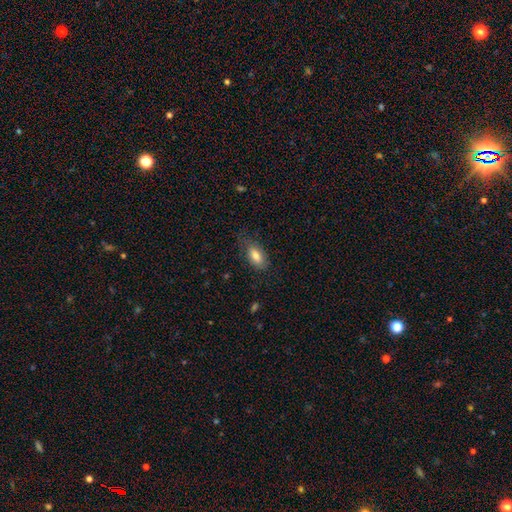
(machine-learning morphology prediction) smooth-or-featured: smooth: 81% | featured or disk: 12% | star or artifact: 7%
  how-rounded: in between: 90% | cigar-shaped: 6% | round: 4%
  merging: none: 64% | minor disturbance: 26% | major disturbance: 9% | merger: 1%